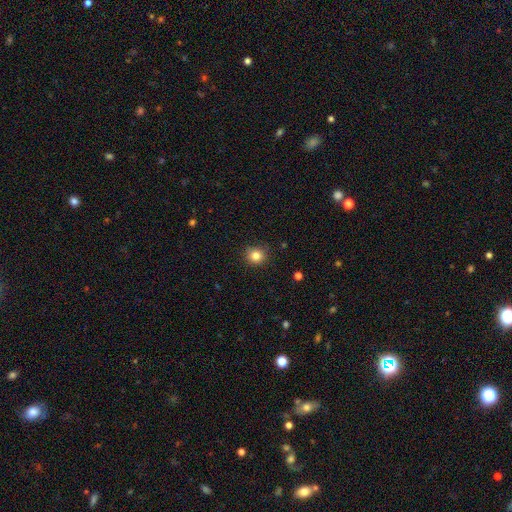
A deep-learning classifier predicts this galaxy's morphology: Overall: smooth (82%). How rounded: round (89%). Merging: none (88%).